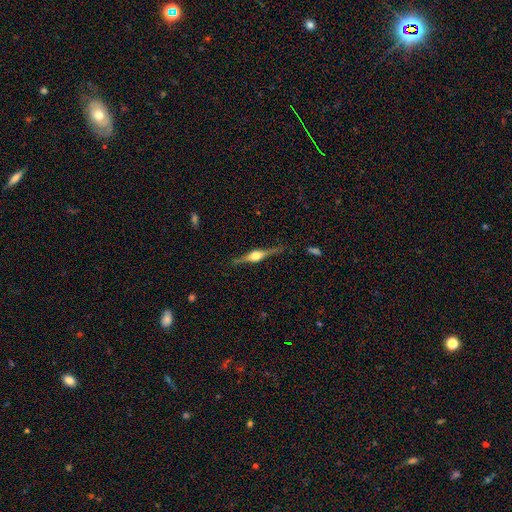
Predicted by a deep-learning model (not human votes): featured or disk 82%, smooth 13%, star or artifact 6%. Down the decision tree: edge-on disk — yes (98%); edge-on bulge — rounded (93%); merging — none (86%).